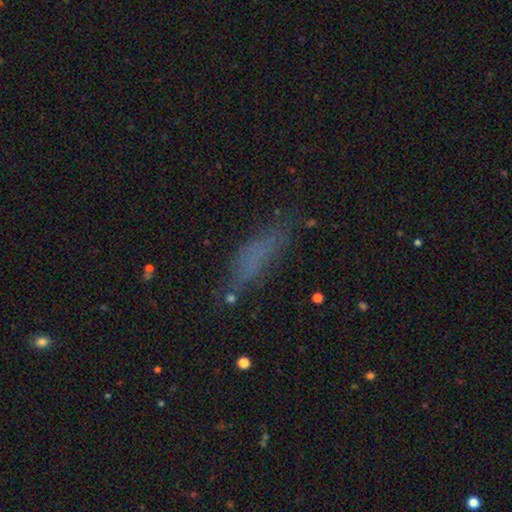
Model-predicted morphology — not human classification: Overall: smooth (63%). How rounded: cigar-shaped (60%; in between 37%). Merging: none (62%; minor disturbance 22%).